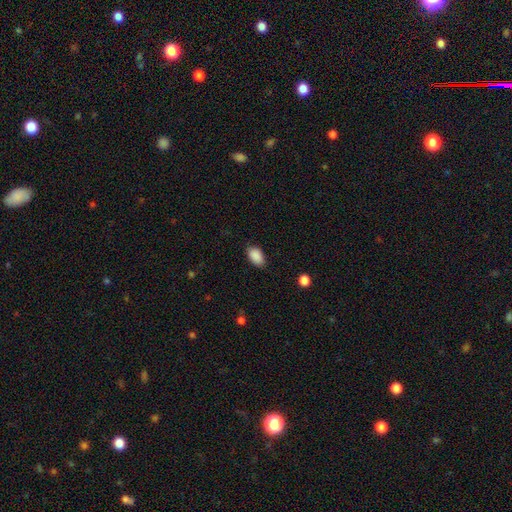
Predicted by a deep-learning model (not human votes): smooth-or-featured: smooth: 89% | star or artifact: 7% | featured or disk: 3%
  how-rounded: in between: 92% | round: 7% | cigar-shaped: 2%
  merging: none: 82% | minor disturbance: 14% | major disturbance: 3% | merger: 1%